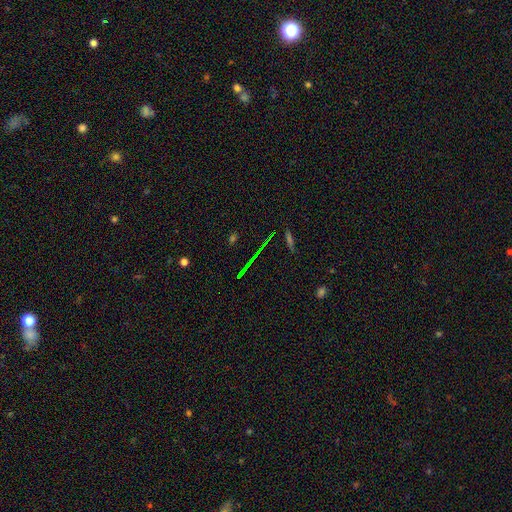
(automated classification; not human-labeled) smooth-or-featured: star or artifact: 65% | featured or disk: 19% | smooth: 15%